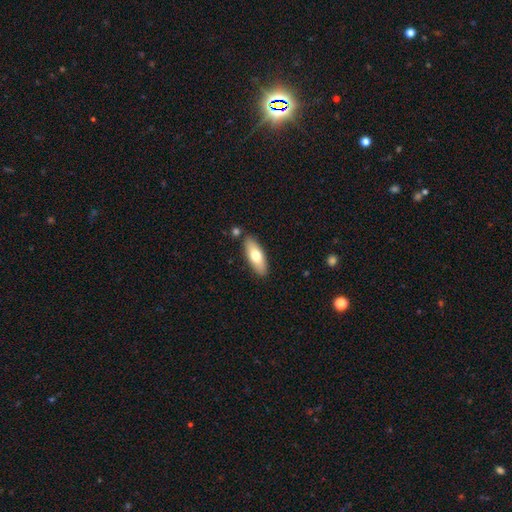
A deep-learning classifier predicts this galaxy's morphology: Overall: smooth (67%). How rounded: in between (64%; cigar-shaped 33%). Merging: none (84%).